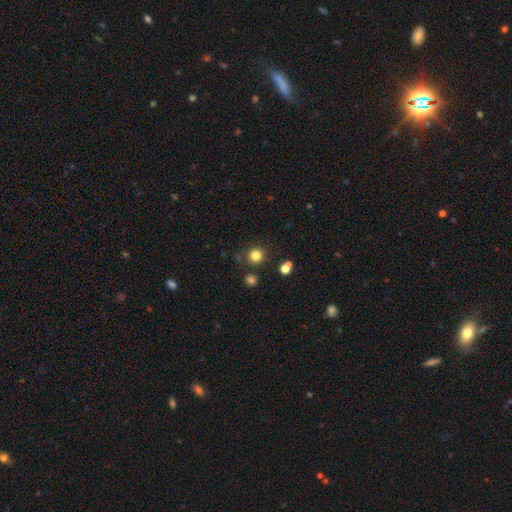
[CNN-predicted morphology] This is clearly a smooth galaxy (81%). How rounded: clearly round (92%). Merging: clearly none (83%).